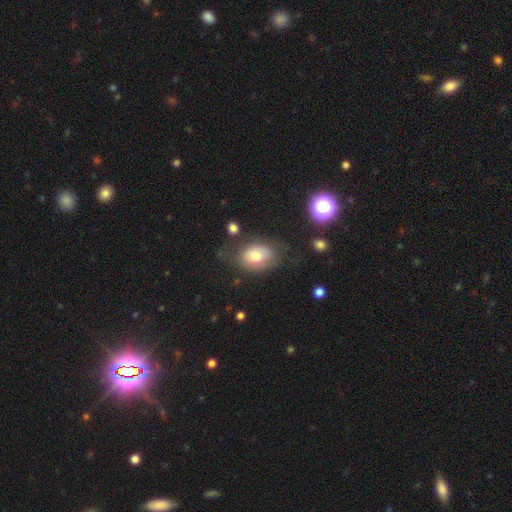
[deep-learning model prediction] smooth-or-featured: smooth: 63% | featured or disk: 28% | star or artifact: 9%
  how-rounded: in between: 78% | round: 21% | cigar-shaped: 1%
  merging: none: 55% | minor disturbance: 25% | major disturbance: 16% | merger: 3%